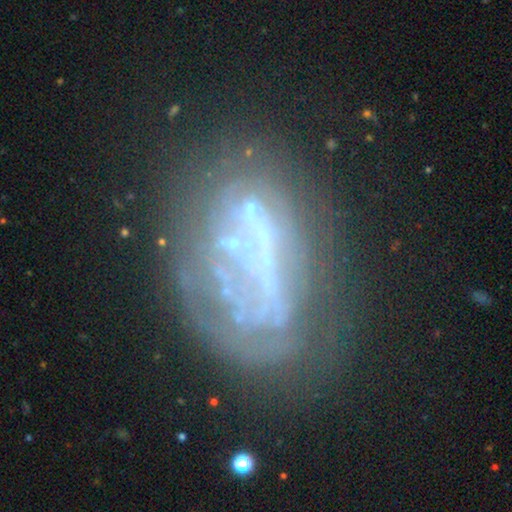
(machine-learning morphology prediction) This is likely a featured or disk galaxy (64%). It is clearly not viewed edge-on (93%). Bar: likely no (74%). Spiral arm pattern: likely no (78%). Central bulge: likely none (75%). Merging: possibly none (45%).